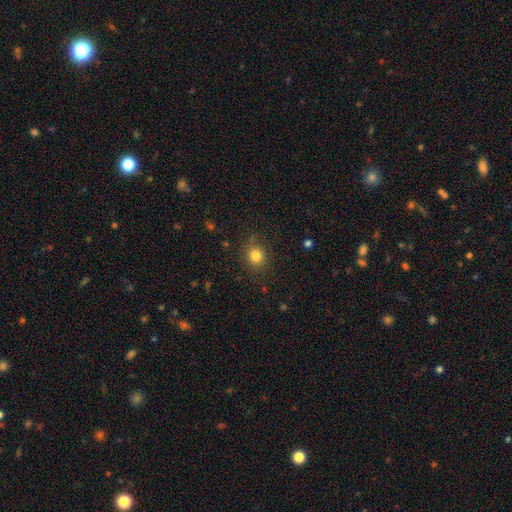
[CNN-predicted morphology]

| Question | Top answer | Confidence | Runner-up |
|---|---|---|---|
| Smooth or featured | smooth | 81% | star or artifact (13%) |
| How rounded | round | 78% | in between (21%) |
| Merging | none | 85% | minor disturbance (10%) |